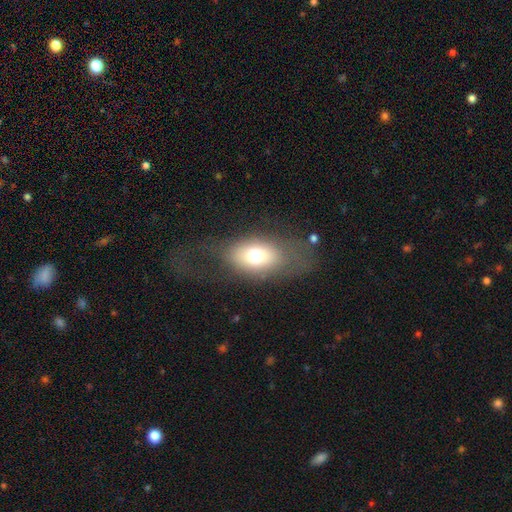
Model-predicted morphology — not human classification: A smooth galaxy with no disk features (67%) that is in between round and cigar-shaped (79%). Merging: none (57%).